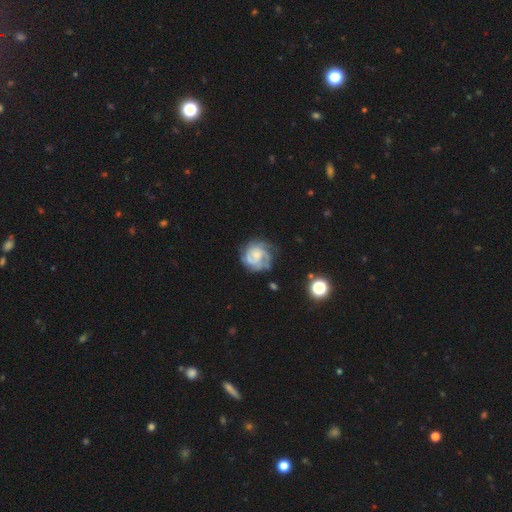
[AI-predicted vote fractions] Smooth or featured? featured or disk (80%)
Edge-on disk? no (98%)
Bar? no (68%)
Spiral arms? yes (94%)
Spiral winding? tight (62%)
Spiral arm count? 3 (29%)
Bulge size? small (48%)
Merging? none (65%)